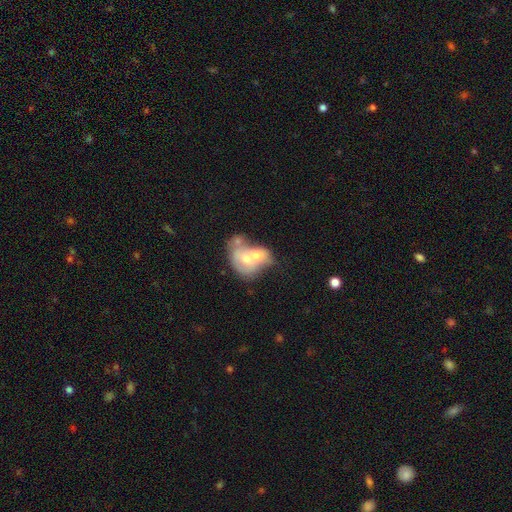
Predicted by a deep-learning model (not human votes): smooth 49%, featured or disk 44%, star or artifact 7%. Down the decision tree: merging — merger (78%).